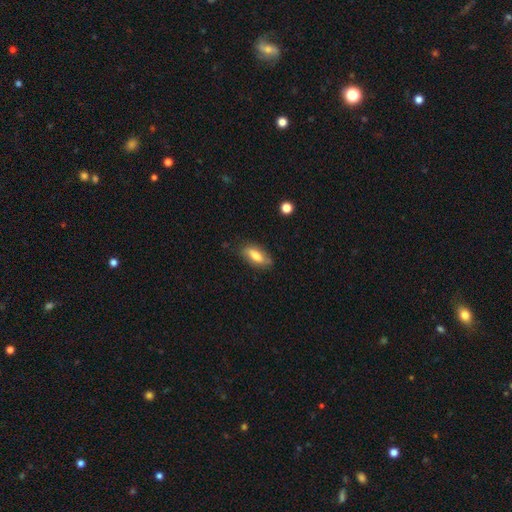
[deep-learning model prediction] Q: Smooth or featured?
A: smooth (71%); runner-up: featured or disk (22%)
Q: How rounded?
A: in between (79%); runner-up: cigar-shaped (18%)
Q: Merging?
A: none (77%); runner-up: minor disturbance (18%)